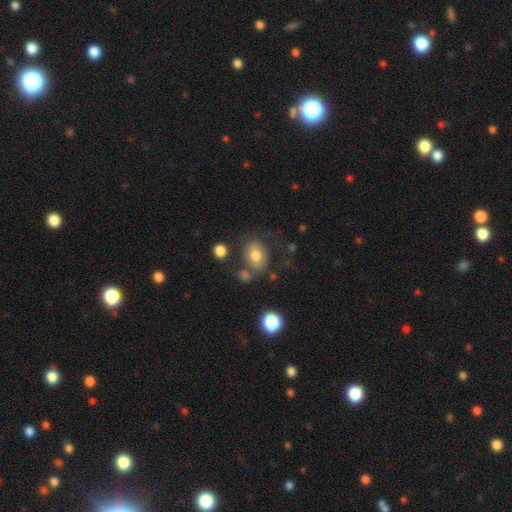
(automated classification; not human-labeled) smooth-or-featured: smooth: 71% | featured or disk: 19% | star or artifact: 10%
  how-rounded: in between: 62% | round: 37% | cigar-shaped: 1%
  merging: none: 59% | minor disturbance: 19% | major disturbance: 11% | merger: 10%